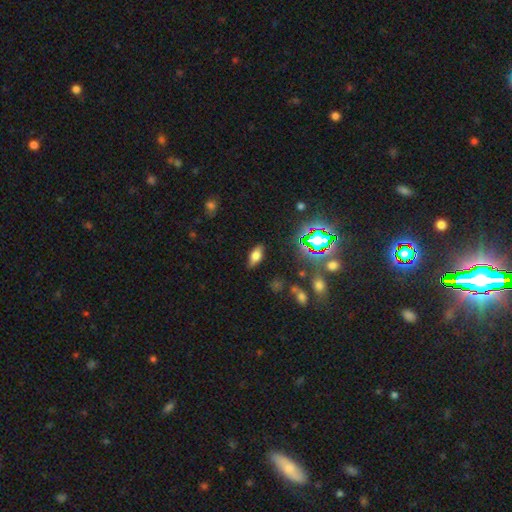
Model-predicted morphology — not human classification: smooth-or-featured: smooth: 64% | featured or disk: 19% | star or artifact: 17%
  how-rounded: in between: 83% | cigar-shaped: 11% | round: 6%
  merging: none: 83% | minor disturbance: 12% | major disturbance: 3% | merger: 2%